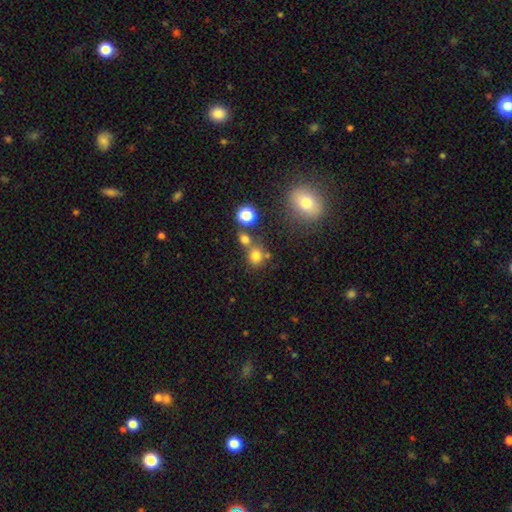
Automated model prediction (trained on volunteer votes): smooth-or-featured: smooth: 75% | star or artifact: 17% | featured or disk: 8%
  how-rounded: round: 81% | in between: 18% | cigar-shaped: 1%
  merging: none: 60% | merger: 26% | minor disturbance: 10% | major disturbance: 4%